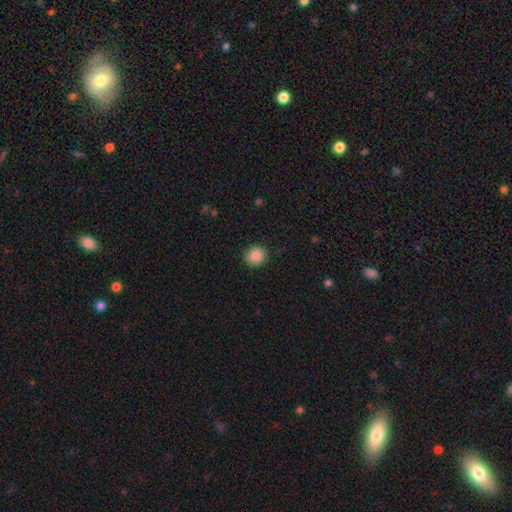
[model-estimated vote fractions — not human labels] Q: Smooth or featured?
A: smooth (88%); runner-up: star or artifact (9%)
Q: How rounded?
A: round (86%); runner-up: in between (13%)
Q: Merging?
A: none (90%); runner-up: minor disturbance (7%)